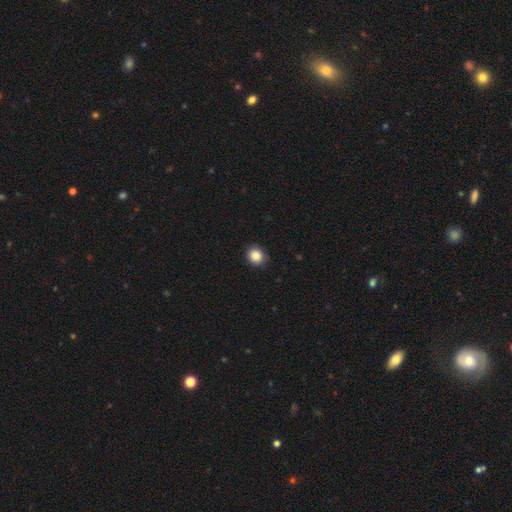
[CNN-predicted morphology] The model was most divided on "how rounded": round: 81%, in between: 18%, cigar-shaped: 1%. More confident: merging — none (88%); smooth or featured — smooth (87%).